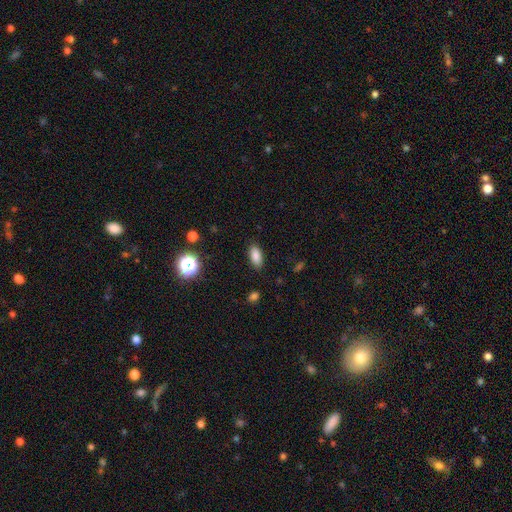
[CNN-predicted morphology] This is clearly a smooth galaxy (84%). How rounded: clearly in between (87%). Merging: clearly none (87%).